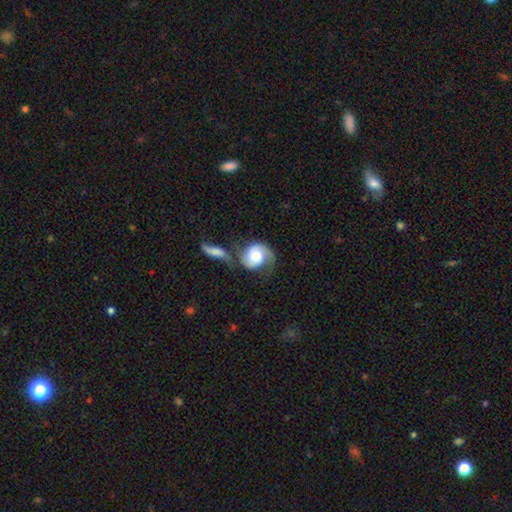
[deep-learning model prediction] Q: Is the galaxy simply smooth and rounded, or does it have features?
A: featured or disk — 62%.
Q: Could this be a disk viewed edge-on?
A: no — 97%.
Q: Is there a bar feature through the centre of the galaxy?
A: no — 70%.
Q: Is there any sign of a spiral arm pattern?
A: yes — 90%.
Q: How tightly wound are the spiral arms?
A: medium — 40%.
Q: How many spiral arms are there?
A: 2 — 73%.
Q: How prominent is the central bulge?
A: moderate — 59%.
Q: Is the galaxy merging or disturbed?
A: none — 38%.